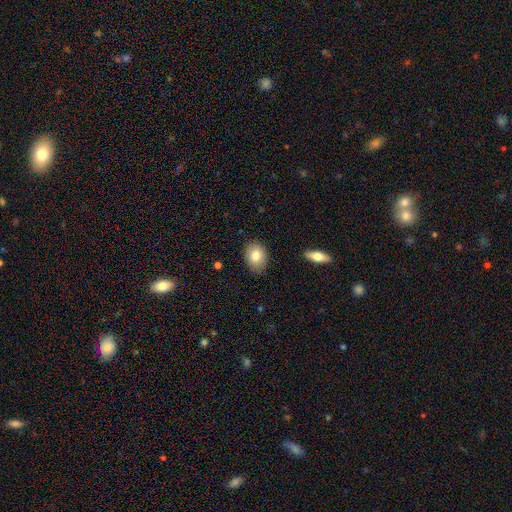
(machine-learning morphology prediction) Overall: smooth (79%). How rounded: in between (72%). Merging: none (86%).